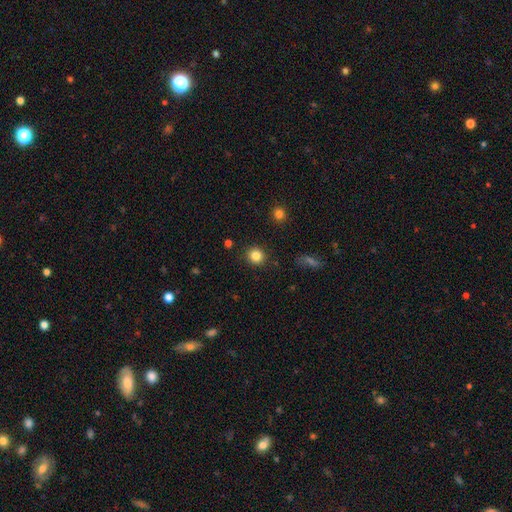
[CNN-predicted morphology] smooth_or_featured: smooth (p=0.84) [alt: star or artifact p=0.11]
how_rounded: round (p=0.89) [alt: in between p=0.11]
merging: none (p=0.90) [alt: minor disturbance p=0.06]